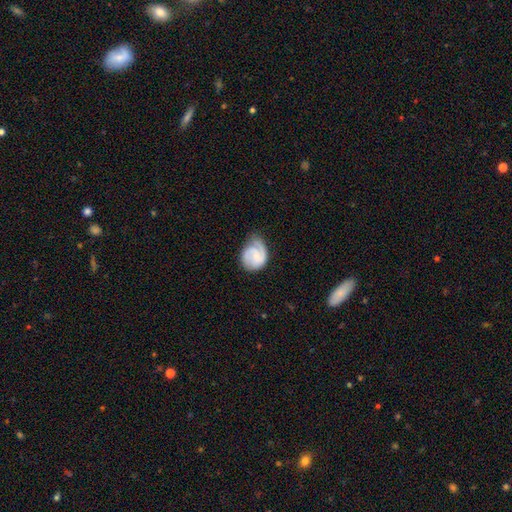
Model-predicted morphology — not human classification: Q: Smooth or featured?
A: featured or disk (65%); runner-up: smooth (29%)
Q: Edge-on disk?
A: no (98%); runner-up: yes (2%)
Q: Bar?
A: no (52%); runner-up: weak (40%)
Q: Spiral arms?
A: yes (93%); runner-up: no (7%)
Q: Spiral winding?
A: tight (47%); runner-up: medium (39%)
Q: Spiral arm count?
A: 2 (53%); runner-up: 1 (29%)
Q: Bulge size?
A: small (55%); runner-up: moderate (22%)
Q: Merging?
A: none (55%); runner-up: minor disturbance (31%)